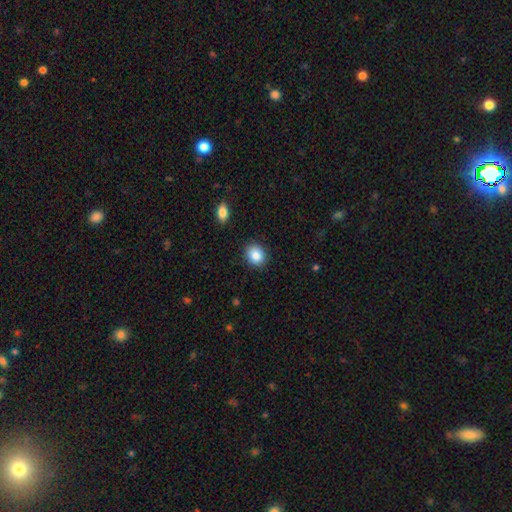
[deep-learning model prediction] Smooth or featured?
  - smooth: 86% *
  - star or artifact: 8%
  - featured or disk: 5%
How rounded?
  - round: 58% *
  - in between: 41%
  - cigar-shaped: 1%
Merging?
  - none: 89% *
  - minor disturbance: 7%
  - major disturbance: 2%
  - merger: 1%